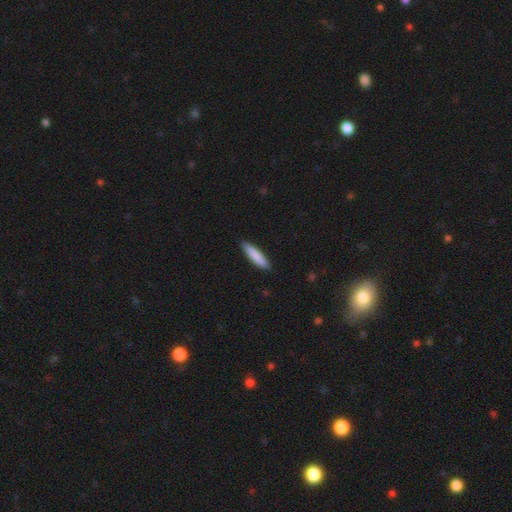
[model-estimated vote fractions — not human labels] This is clearly a smooth galaxy (86%). How rounded: likely cigar-shaped (77%). Merging: clearly none (89%).